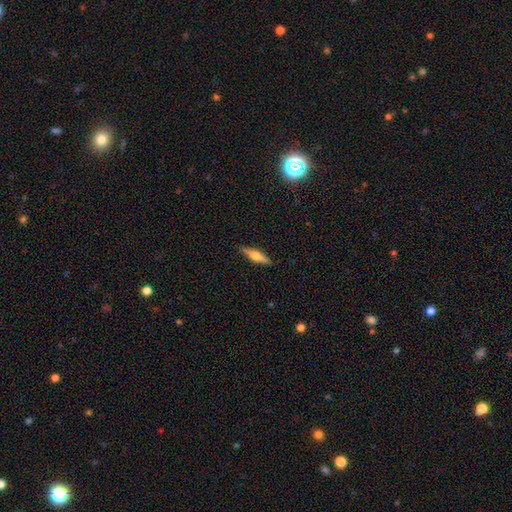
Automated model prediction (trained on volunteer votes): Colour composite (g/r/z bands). It shows a featured or disk galaxy (56%) viewed edge-on (96%) with a rounded central bulge (91%). Merging: none (89%).